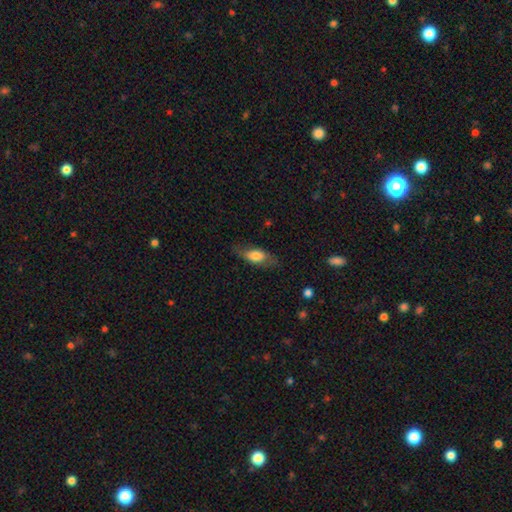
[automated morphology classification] Smooth or featured?
  - smooth: 67% *
  - featured or disk: 26%
  - star or artifact: 7%
How rounded?
  - in between: 79% *
  - cigar-shaped: 16%
  - round: 5%
Merging?
  - none: 69% *
  - minor disturbance: 21%
  - major disturbance: 9%
  - merger: 1%